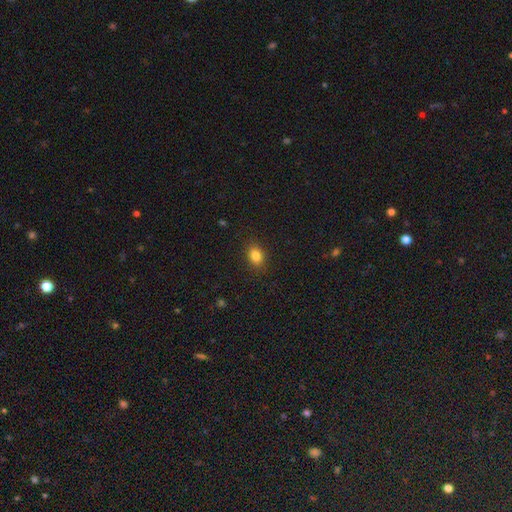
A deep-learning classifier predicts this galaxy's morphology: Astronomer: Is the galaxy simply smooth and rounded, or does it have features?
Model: smooth — 83%.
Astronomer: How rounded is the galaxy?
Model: in between — 64%.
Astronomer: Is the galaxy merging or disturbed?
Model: none — 87%.